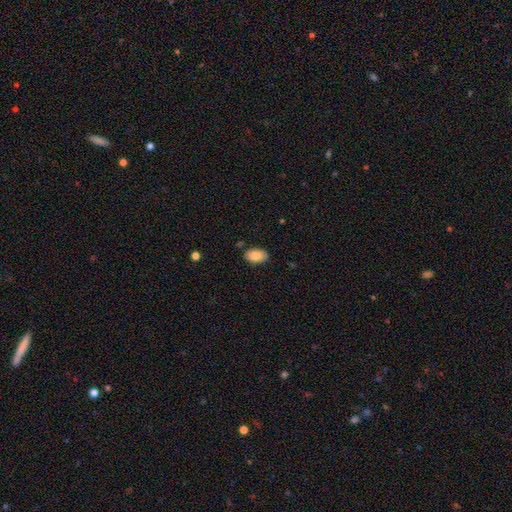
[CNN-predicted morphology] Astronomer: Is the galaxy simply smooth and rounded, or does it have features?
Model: smooth — 87%.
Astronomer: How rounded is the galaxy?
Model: in between — 91%.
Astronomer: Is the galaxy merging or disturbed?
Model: none — 83%.